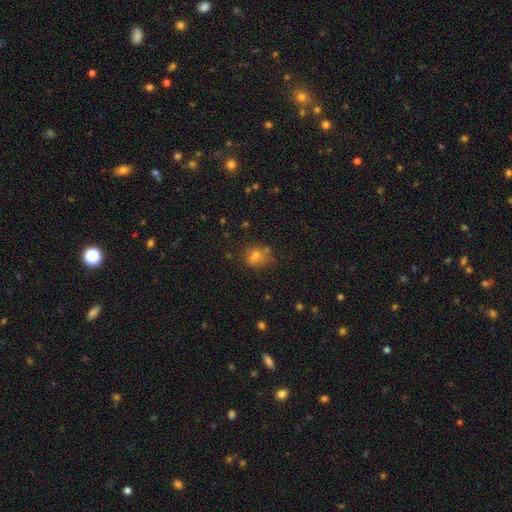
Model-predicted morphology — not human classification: type=smooth (67%); roundness=round (60%); merging=none (55%).